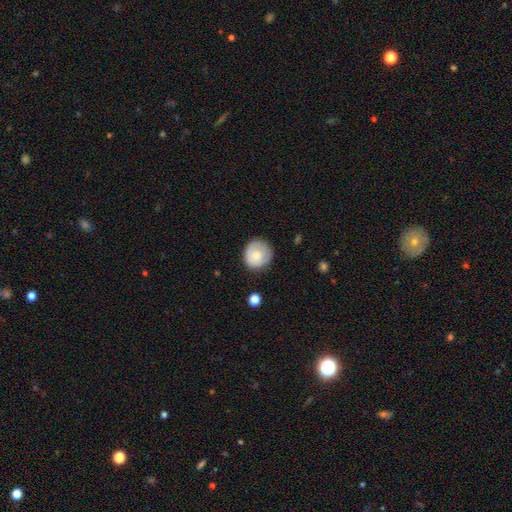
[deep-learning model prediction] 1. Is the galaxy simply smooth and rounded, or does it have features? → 72% smooth, 21% featured or disk, 7% star or artifact.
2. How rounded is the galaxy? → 89% round, 10% in between, 1% cigar-shaped.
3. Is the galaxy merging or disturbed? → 77% none, 18% minor disturbance, 4% major disturbance, 1% merger.